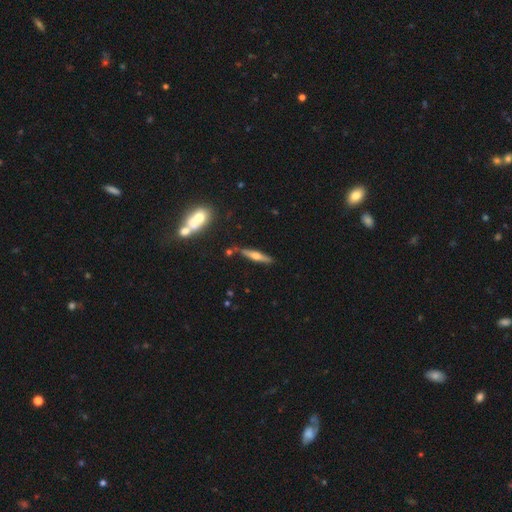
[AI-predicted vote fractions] smooth_or_featured: featured or disk (p=0.60) [alt: smooth p=0.33]
disk_edge_on: yes (p=0.95) [alt: no p=0.05]
edge_on_bulge: rounded (p=0.88) [alt: boxy p=0.07]
merging: none (p=0.81) [alt: minor disturbance p=0.11]